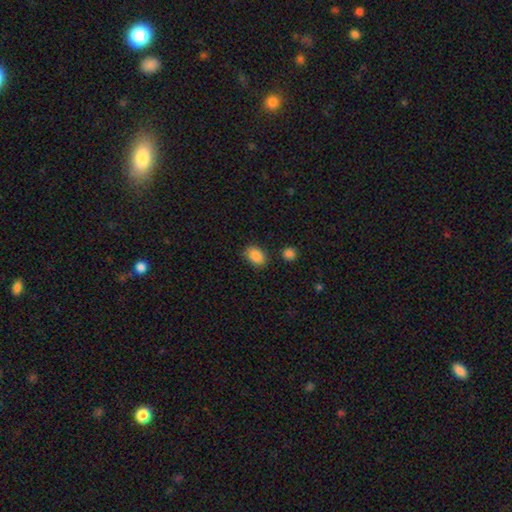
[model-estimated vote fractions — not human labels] A smooth galaxy with no disk features (87%) that is in between round and cigar-shaped (73%).

Vote fractions:
- Smooth or featured? smooth: 87% / star or artifact: 8% / featured or disk: 5%
- How rounded? in between: 73% / round: 26% / cigar-shaped: 1%
- Merging? none: 78% / minor disturbance: 14% / merger: 4% / major disturbance: 3%